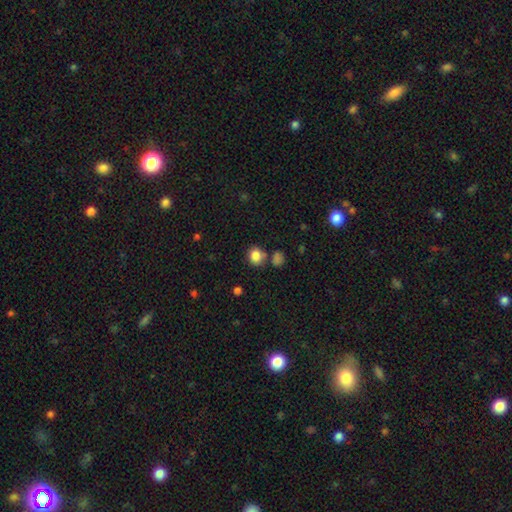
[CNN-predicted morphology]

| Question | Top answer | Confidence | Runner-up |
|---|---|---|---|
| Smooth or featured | smooth | 84% | star or artifact (11%) |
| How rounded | round | 75% | in between (24%) |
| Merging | none | 68% | merger (15%) |